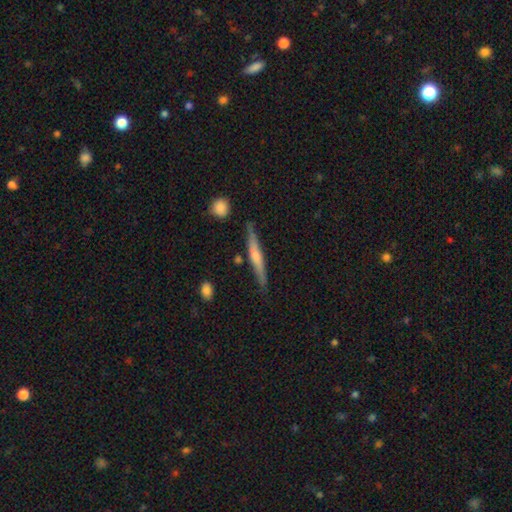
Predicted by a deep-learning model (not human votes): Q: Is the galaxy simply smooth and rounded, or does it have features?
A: featured or disk — 48%.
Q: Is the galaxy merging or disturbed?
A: none — 81%.